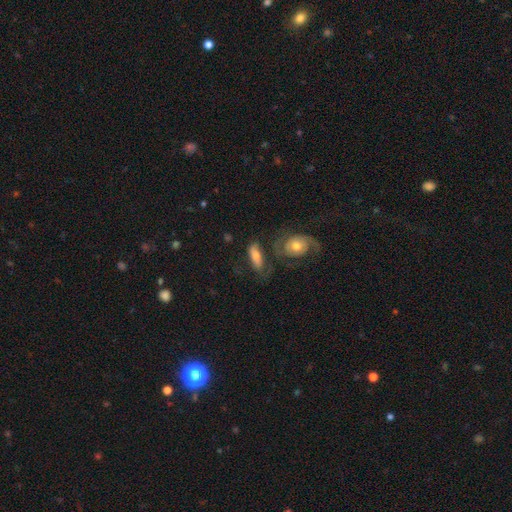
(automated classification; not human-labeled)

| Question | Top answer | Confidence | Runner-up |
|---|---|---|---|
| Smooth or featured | smooth | 52% | featured or disk (39%) |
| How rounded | in between | 71% | cigar-shaped (24%) |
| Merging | none | 47% | minor disturbance (20%) |